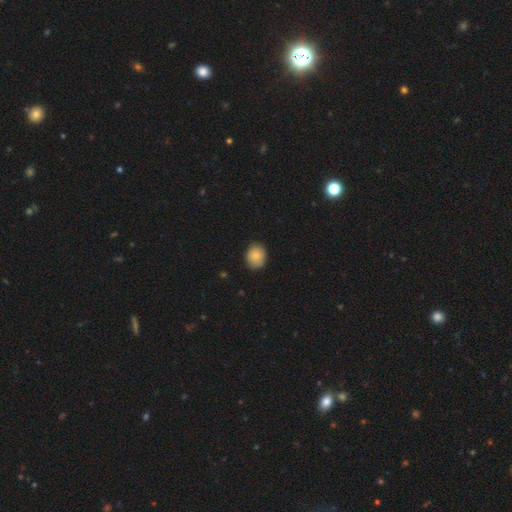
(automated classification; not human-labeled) Smooth or featured: smooth — 85% (star or artifact — 8%)
How rounded: round — 56% (in between — 43%)
Merging: none — 83% (minor disturbance — 14%)